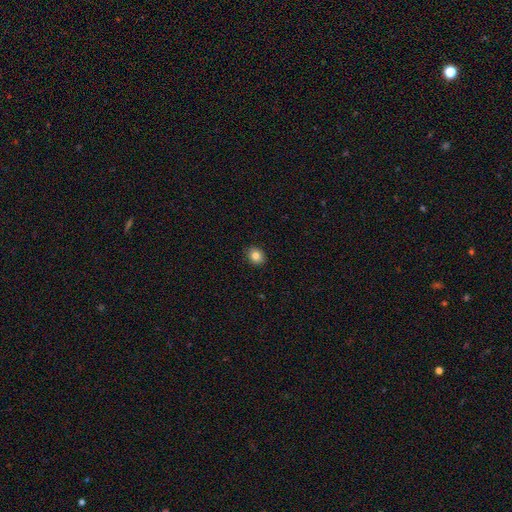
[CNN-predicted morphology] smooth-or-featured: smooth: 83% | star or artifact: 10% | featured or disk: 7%
  how-rounded: round: 67% | in between: 32% | cigar-shaped: 1%
  merging: none: 90% | minor disturbance: 7% | major disturbance: 2% | merger: 1%